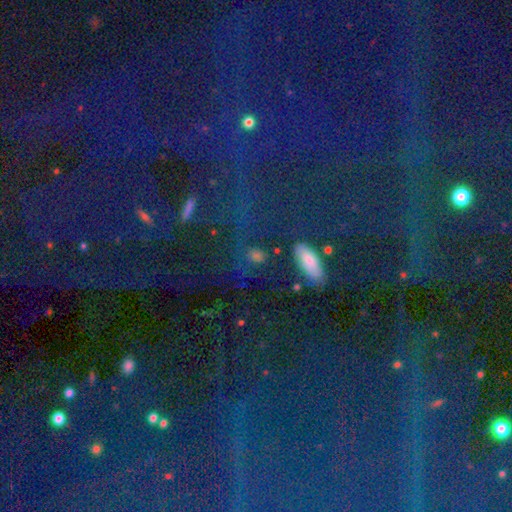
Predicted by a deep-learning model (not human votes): smooth_or_featured: smooth (p=0.55) [alt: star or artifact p=0.33]
how_rounded: in between (p=0.45) [alt: round p=0.35]
merging: none (p=0.77) [alt: minor disturbance p=0.12]